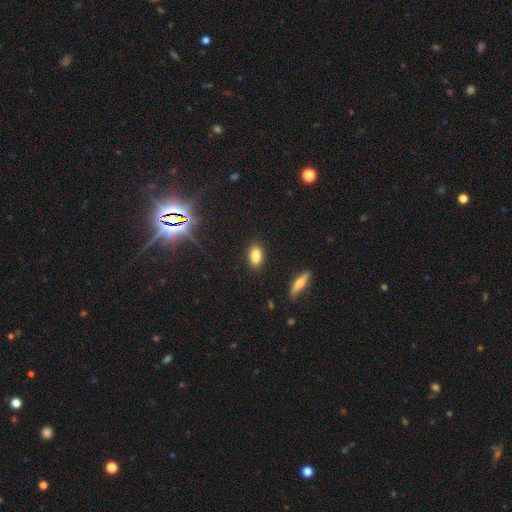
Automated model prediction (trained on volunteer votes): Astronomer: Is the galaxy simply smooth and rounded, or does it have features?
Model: smooth — 84%.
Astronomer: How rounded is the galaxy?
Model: in between — 88%.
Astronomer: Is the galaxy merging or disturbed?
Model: none — 89%.